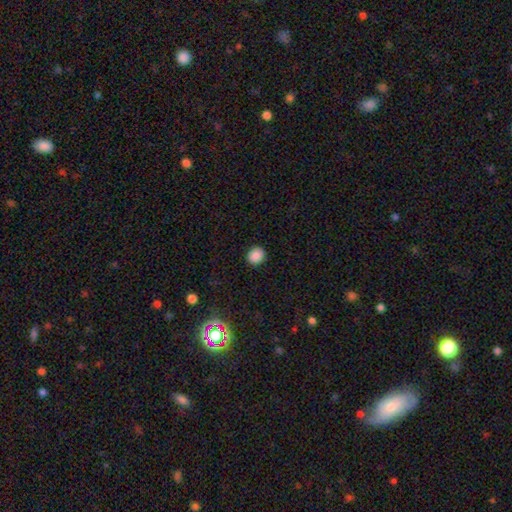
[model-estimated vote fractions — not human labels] smooth_or_featured: smooth (p=0.87) [alt: star or artifact p=0.10]
how_rounded: round (p=0.78) [alt: in between p=0.21]
merging: none (p=0.91) [alt: minor disturbance p=0.06]